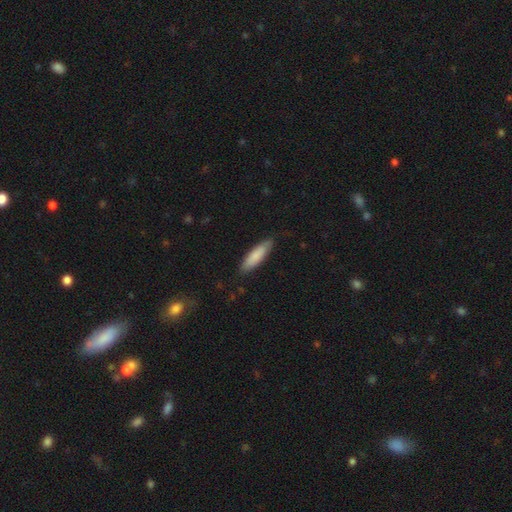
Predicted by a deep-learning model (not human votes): Morphology: type=smooth (84%); roundness=cigar-shaped (65%); merging=none (84%).